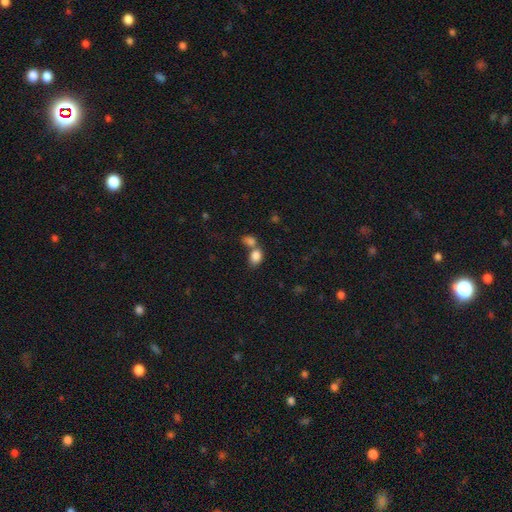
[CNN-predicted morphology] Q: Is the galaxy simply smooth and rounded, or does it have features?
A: smooth — 83%.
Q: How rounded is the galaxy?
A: in between — 72%.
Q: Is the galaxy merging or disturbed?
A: merger — 52%.